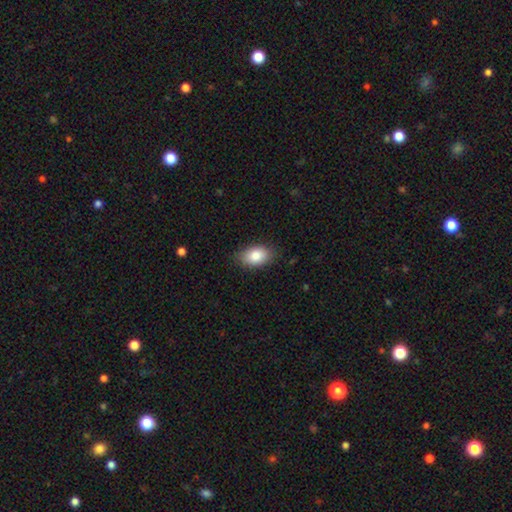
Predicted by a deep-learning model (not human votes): This appears to be a smooth galaxy with no disk features (85%) that is in between round and cigar-shaped (89%). Merging: none (83%).